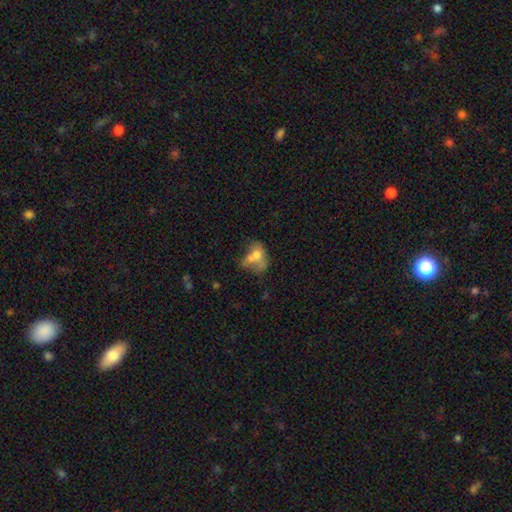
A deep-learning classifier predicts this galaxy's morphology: Smooth or featured?
  - smooth: 53% *
  - featured or disk: 34%
  - star or artifact: 12%
How rounded?
  - in between: 71% *
  - round: 27%
  - cigar-shaped: 2%
Merging?
  - merger: 36% *
  - major disturbance: 25%
  - none: 23%
  - minor disturbance: 17%